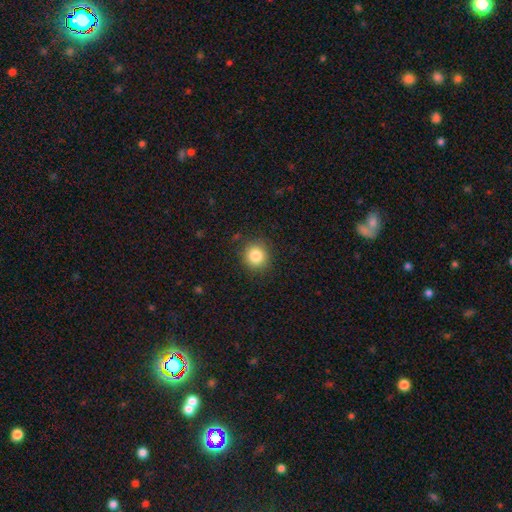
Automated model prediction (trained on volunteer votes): smooth-or-featured: smooth: 84% | star or artifact: 10% | featured or disk: 6%
  how-rounded: round: 90% | in between: 9% | cigar-shaped: 1%
  merging: none: 88% | minor disturbance: 8% | major disturbance: 2% | merger: 1%